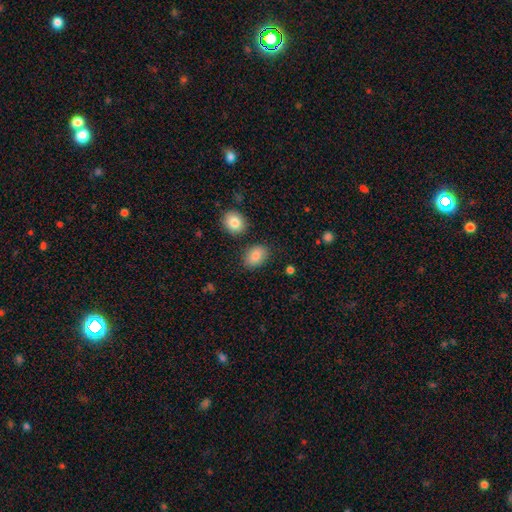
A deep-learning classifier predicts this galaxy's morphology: Smooth or featured?
  - smooth: 84% *
  - star or artifact: 8%
  - featured or disk: 7%
How rounded?
  - in between: 76% *
  - round: 23%
  - cigar-shaped: 1%
Merging?
  - none: 82% *
  - minor disturbance: 11%
  - merger: 4%
  - major disturbance: 3%